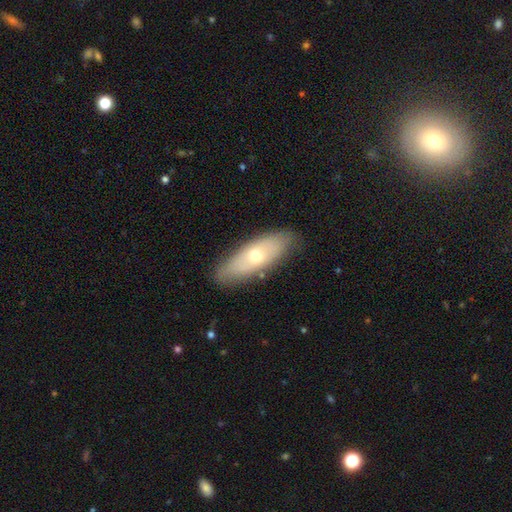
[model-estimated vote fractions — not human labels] A smooth galaxy with no disk features (57%) that is in between round and cigar-shaped (68%). Merging: none (83%).